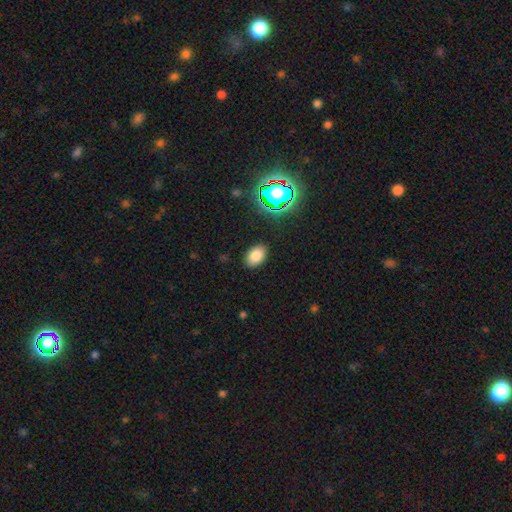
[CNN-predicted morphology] smooth 80%, star or artifact 13%, featured or disk 7%. Down the decision tree: how rounded — in between (86%); merging — none (88%).